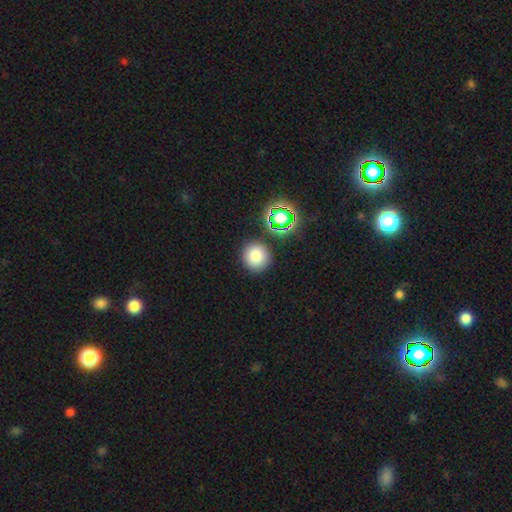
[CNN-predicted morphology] The model was most divided on "smooth or featured": smooth: 77%, star or artifact: 15%, featured or disk: 7%. More confident: how rounded — round (92%); merging — none (87%).